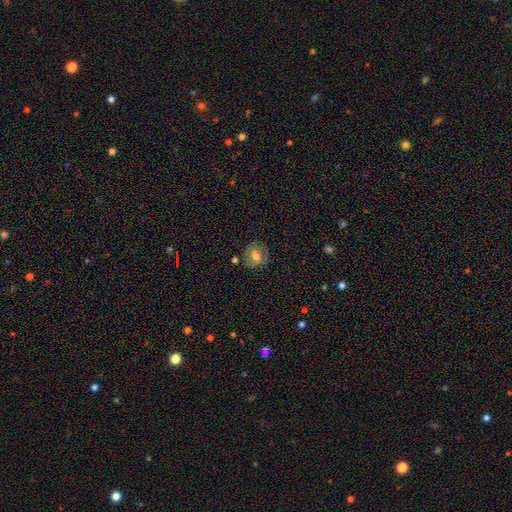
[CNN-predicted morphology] The model was most divided on "smooth or featured": smooth: 55%, featured or disk: 35%, star or artifact: 9%. More confident: merging — none (76%); how rounded — round (73%).